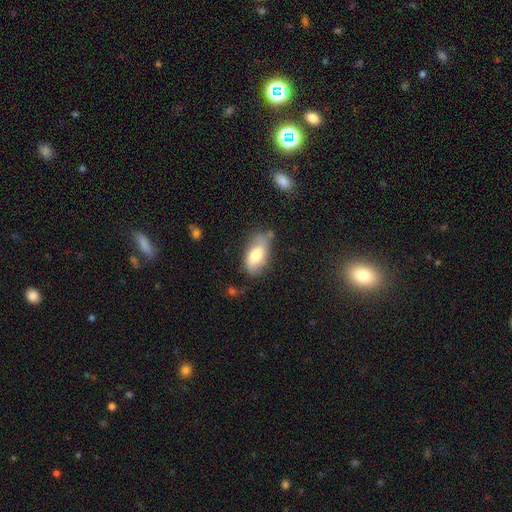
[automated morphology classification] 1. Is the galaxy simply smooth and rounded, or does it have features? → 71% smooth, 22% featured or disk, 7% star or artifact.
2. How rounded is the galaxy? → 92% in between, 4% round, 4% cigar-shaped.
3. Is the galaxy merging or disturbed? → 64% none, 25% minor disturbance, 7% major disturbance, 5% merger.